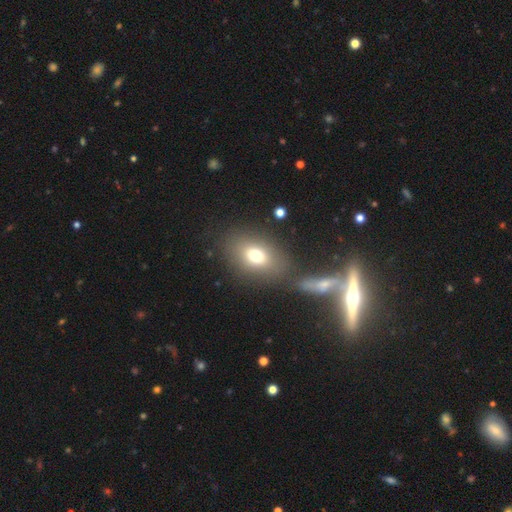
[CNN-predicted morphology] Overall: smooth (73%). How rounded: in between (73%). Merging: none (65%).